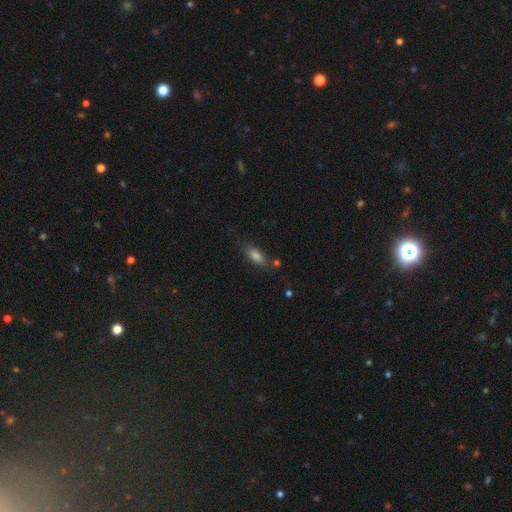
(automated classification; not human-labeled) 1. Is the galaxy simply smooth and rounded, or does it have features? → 80% smooth, 11% featured or disk, 9% star or artifact.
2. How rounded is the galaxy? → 77% in between, 20% cigar-shaped, 3% round.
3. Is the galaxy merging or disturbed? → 72% none, 17% minor disturbance, 6% merger, 5% major disturbance.